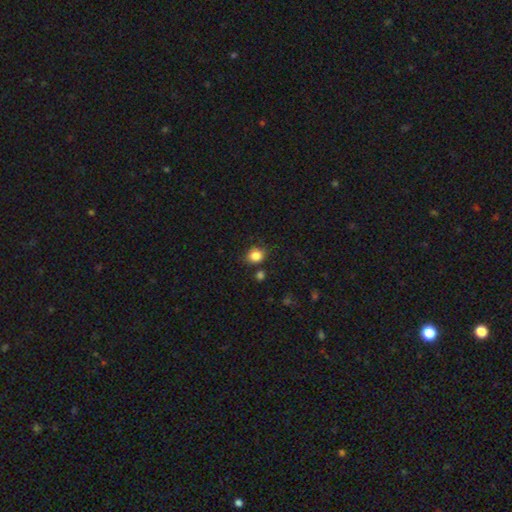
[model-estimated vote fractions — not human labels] Smooth or featured: smooth — 84% (star or artifact — 11%)
How rounded: round — 71% (in between — 29%)
Merging: none — 78% (minor disturbance — 14%)